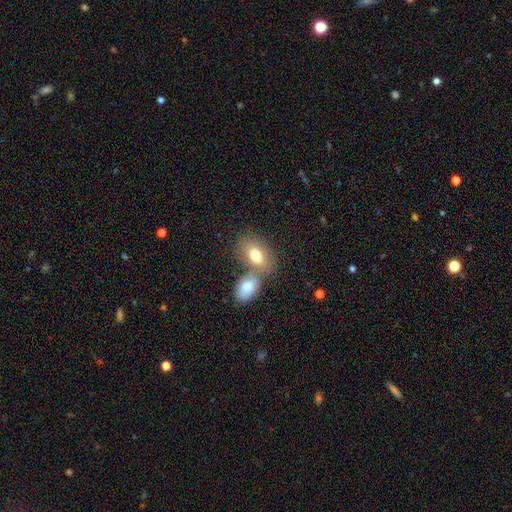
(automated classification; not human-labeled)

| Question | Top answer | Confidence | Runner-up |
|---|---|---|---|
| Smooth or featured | smooth | 76% | featured or disk (17%) |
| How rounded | in between | 88% | round (10%) |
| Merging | none | 43% | merger (42%) |